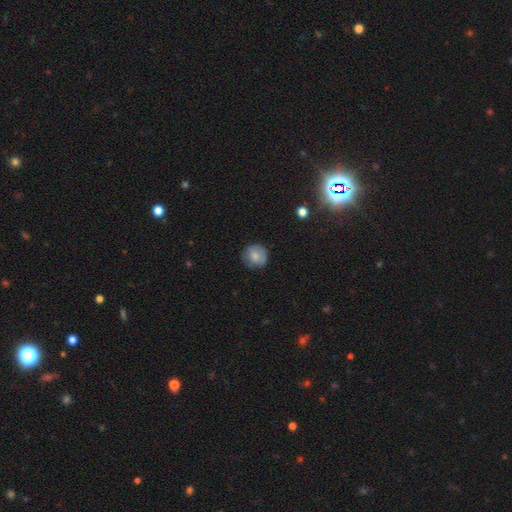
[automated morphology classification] smooth-or-featured: smooth: 74% | featured or disk: 18% | star or artifact: 8%
  how-rounded: round: 90% | in between: 9% | cigar-shaped: 1%
  merging: none: 77% | minor disturbance: 18% | major disturbance: 4% | merger: 1%